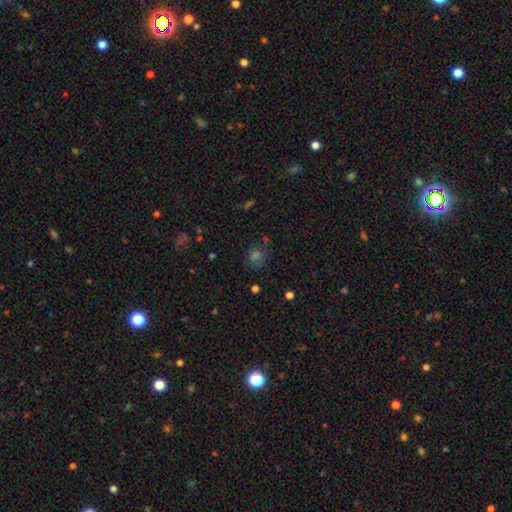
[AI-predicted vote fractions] The model was most divided on "smooth or featured": smooth: 58%, star or artifact: 33%, featured or disk: 9%. More confident: how rounded — round (79%); merging — none (75%).